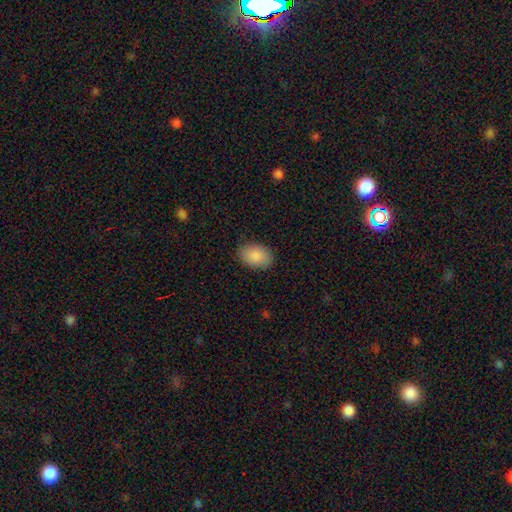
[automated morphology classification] type=smooth (89%); roundness=in between (86%); merging=none (86%).